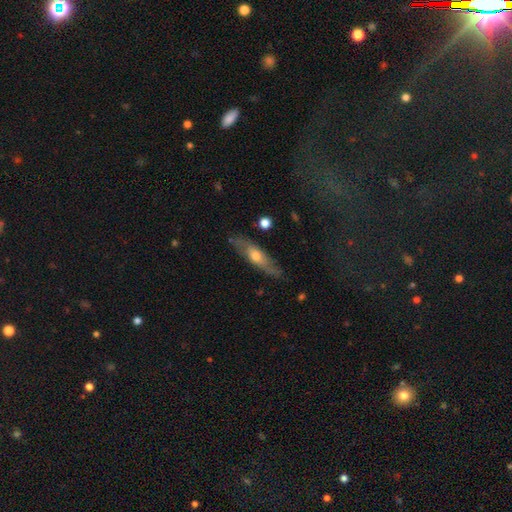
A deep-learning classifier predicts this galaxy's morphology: This is possibly a featured or disk galaxy (52%). It is possibly viewed edge-on (57%). Merging: likely none (77%).